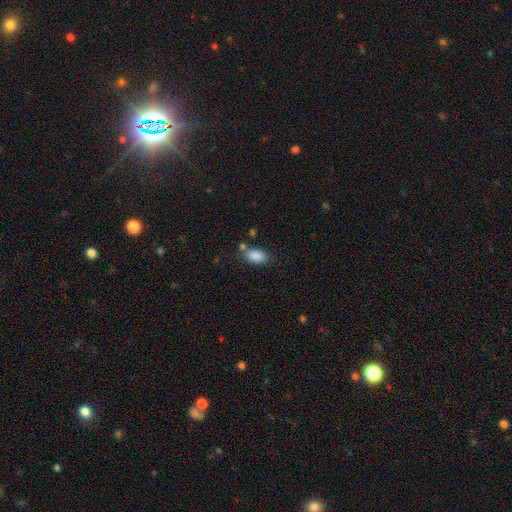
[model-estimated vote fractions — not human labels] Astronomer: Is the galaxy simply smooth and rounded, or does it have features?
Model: smooth — 88%.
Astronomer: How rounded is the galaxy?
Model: in between — 91%.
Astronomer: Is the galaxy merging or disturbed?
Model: none — 72%.